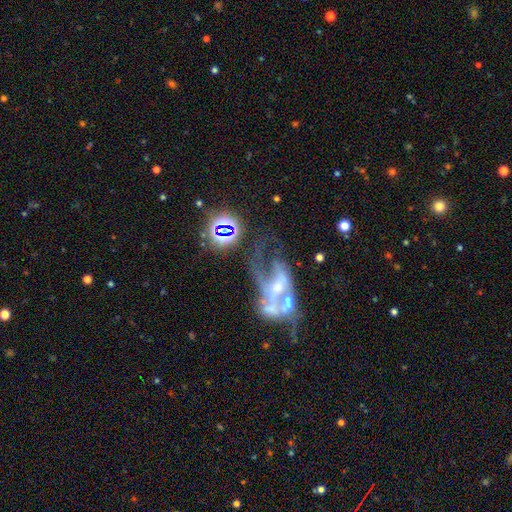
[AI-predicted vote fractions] Q: Smooth or featured?
A: featured or disk (54%); runner-up: star or artifact (28%)
Q: Edge-on disk?
A: no (91%); runner-up: yes (9%)
Q: Merging?
A: merger (42%); runner-up: none (27%)